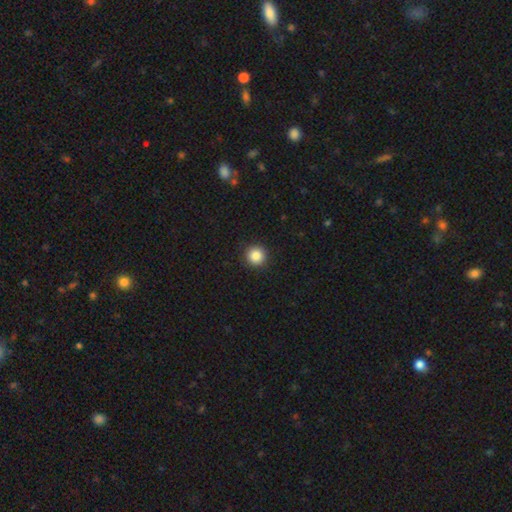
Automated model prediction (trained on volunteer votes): Q: Smooth or featured?
A: smooth (86%); runner-up: star or artifact (10%)
Q: How rounded?
A: round (95%); runner-up: in between (4%)
Q: Merging?
A: none (92%); runner-up: minor disturbance (5%)